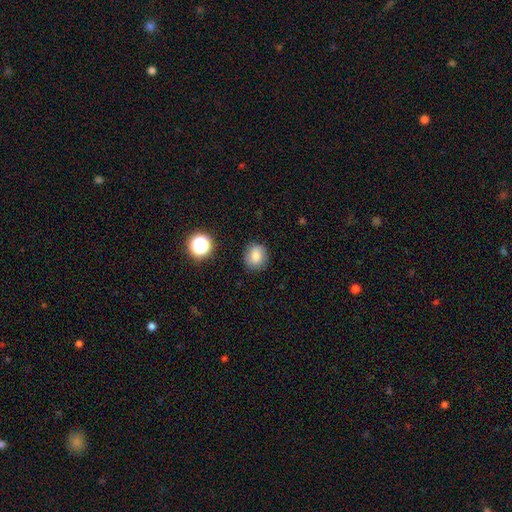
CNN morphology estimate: The model was most divided on "how rounded": round: 72%, in between: 27%, cigar-shaped: 1%. More confident: merging — none (84%); smooth or featured — smooth (81%).